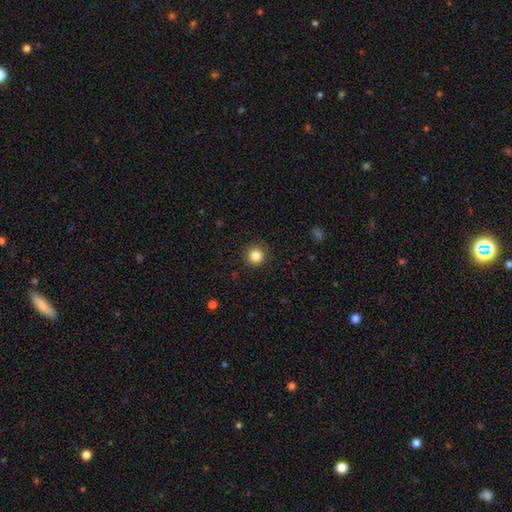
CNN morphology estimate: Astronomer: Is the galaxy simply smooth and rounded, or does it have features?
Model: smooth — 85%.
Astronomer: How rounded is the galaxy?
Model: round — 95%.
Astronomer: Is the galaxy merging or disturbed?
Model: none — 91%.